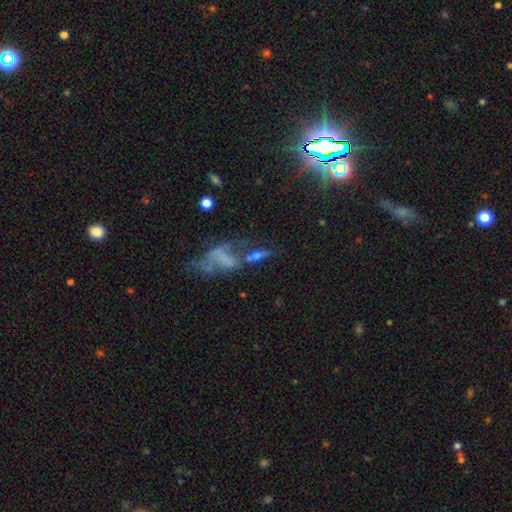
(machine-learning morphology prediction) Overall: featured or disk (38%; smooth 36%). Merging: merger (33%; none 28%).